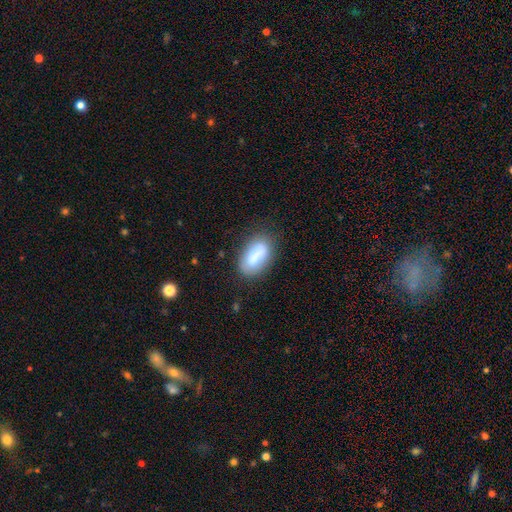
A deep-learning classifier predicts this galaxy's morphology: smooth 72%, featured or disk 21%, star or artifact 8%. Down the decision tree: how rounded — in between (89%); merging — none (65%).